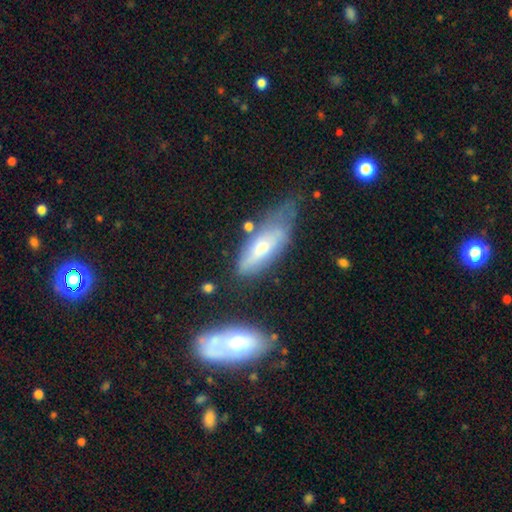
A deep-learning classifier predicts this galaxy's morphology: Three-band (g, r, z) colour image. It shows a smooth galaxy with no disk features (52%) that is in between round and cigar-shaped (69%). Merging: none (45%).